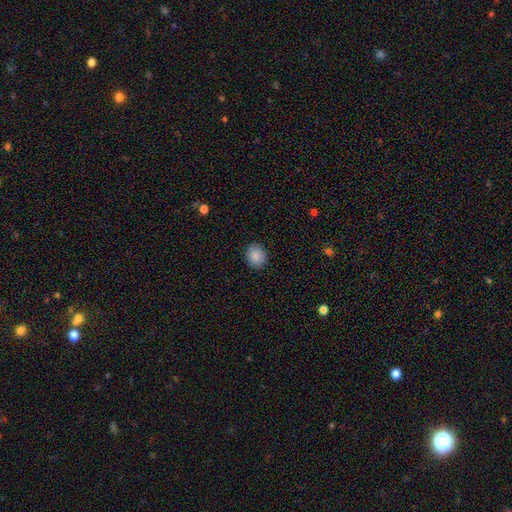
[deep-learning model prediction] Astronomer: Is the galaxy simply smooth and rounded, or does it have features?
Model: smooth — 88%.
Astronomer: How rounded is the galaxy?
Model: round — 70%.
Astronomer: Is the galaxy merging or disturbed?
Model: none — 89%.